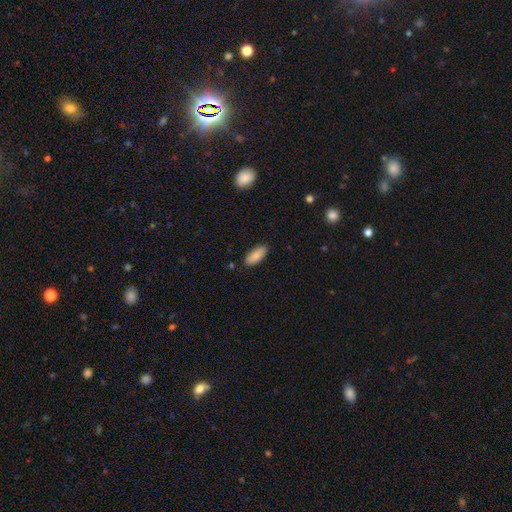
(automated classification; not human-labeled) Q: Smooth or featured?
A: smooth (85%); runner-up: featured or disk (9%)
Q: How rounded?
A: in between (85%); runner-up: cigar-shaped (13%)
Q: Merging?
A: none (86%); runner-up: minor disturbance (10%)